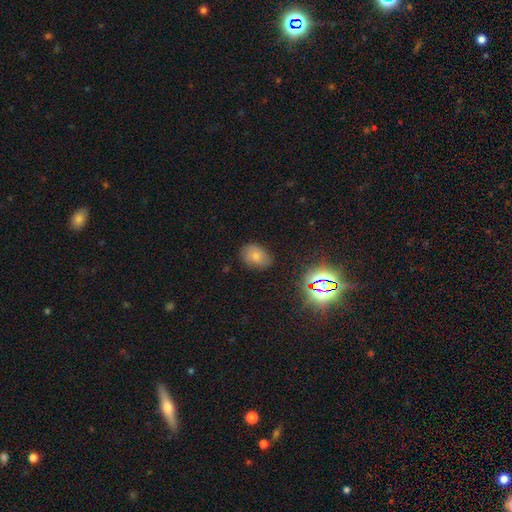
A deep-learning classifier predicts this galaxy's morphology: Smooth or featured?
  - smooth: 70% *
  - star or artifact: 16%
  - featured or disk: 14%
How rounded?
  - in between: 71% *
  - round: 27%
  - cigar-shaped: 1%
Merging?
  - none: 75% *
  - minor disturbance: 19%
  - major disturbance: 4%
  - merger: 2%